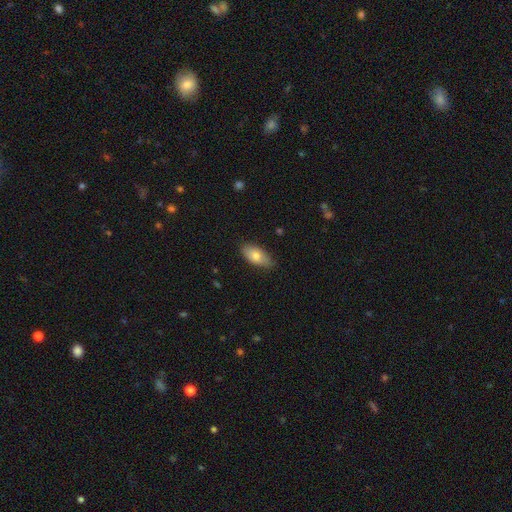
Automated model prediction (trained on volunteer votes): Q: Smooth or featured?
A: smooth (74%); runner-up: featured or disk (19%)
Q: How rounded?
A: in between (89%); runner-up: cigar-shaped (7%)
Q: Merging?
A: none (77%); runner-up: minor disturbance (19%)